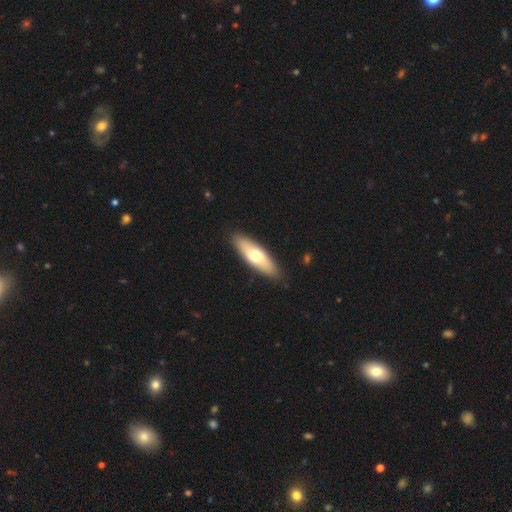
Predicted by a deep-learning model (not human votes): Smooth or featured? Predicted: smooth (p=0.63). How rounded? Predicted: in between (p=0.57). Merging? Predicted: none (p=0.88).